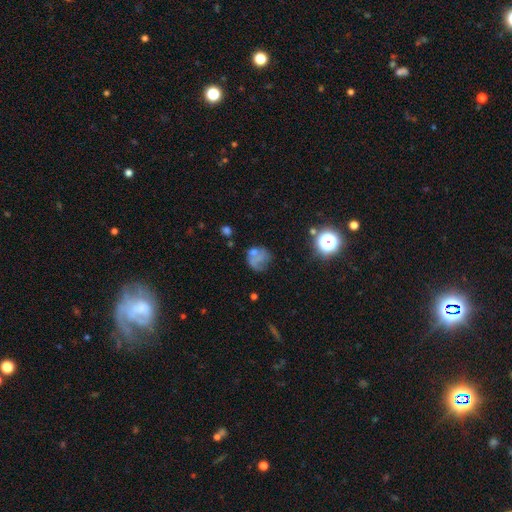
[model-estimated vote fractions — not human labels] The model was most divided on "merging": none: 37%, major disturbance: 30%, minor disturbance: 24%, merger: 10%. Remaining: smooth or featured — smooth (50%).